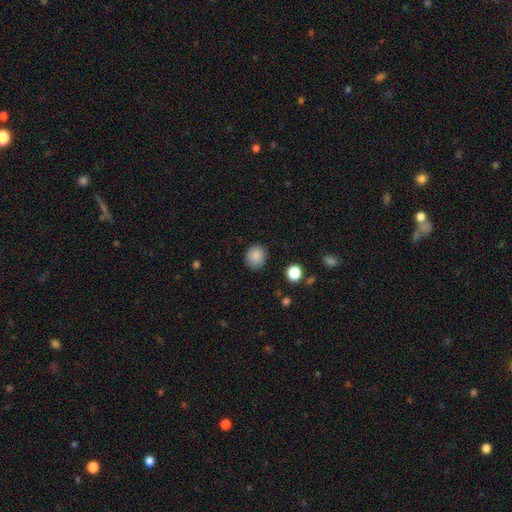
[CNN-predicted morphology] smooth-or-featured: smooth: 87% | star or artifact: 9% | featured or disk: 4%
  how-rounded: round: 75% | in between: 25% | cigar-shaped: 1%
  merging: none: 85% | minor disturbance: 11% | major disturbance: 3% | merger: 1%